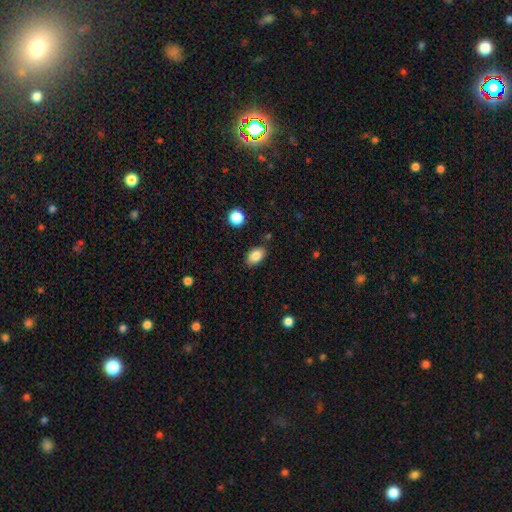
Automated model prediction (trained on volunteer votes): This is clearly a smooth galaxy (85%). How rounded: clearly in between (87%). Merging: clearly none (84%).